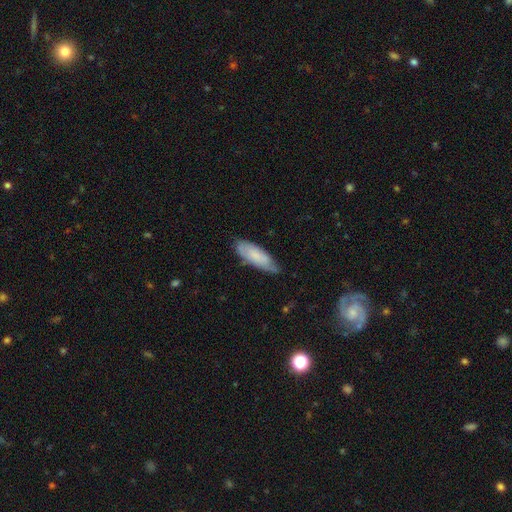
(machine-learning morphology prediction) Smooth or featured? Predicted: smooth (p=0.70). How rounded? Predicted: in between (p=0.61). Merging? Predicted: none (p=0.63).